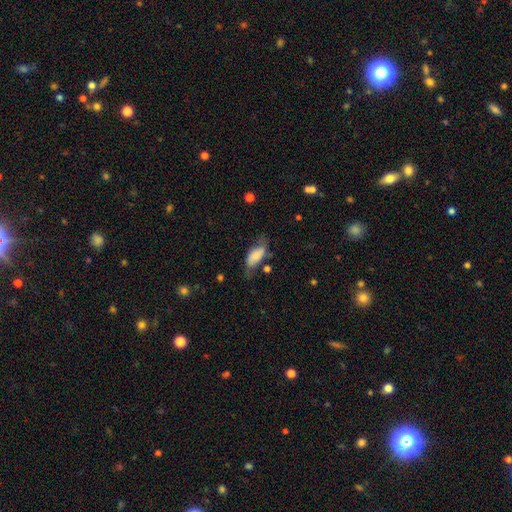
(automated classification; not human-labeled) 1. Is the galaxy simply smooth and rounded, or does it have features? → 71% smooth, 22% featured or disk, 7% star or artifact.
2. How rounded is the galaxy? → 86% in between, 11% cigar-shaped, 3% round.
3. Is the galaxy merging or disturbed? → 50% none, 31% minor disturbance, 15% major disturbance, 4% merger.